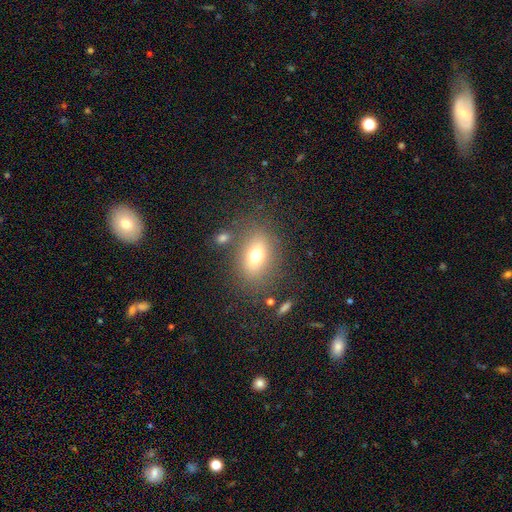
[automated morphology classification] A smooth galaxy with no disk features (70%) that is in between round and cigar-shaped (71%).

Vote fractions:
- Smooth or featured? smooth: 70% / featured or disk: 18% / star or artifact: 13%
- How rounded? in between: 71% / round: 27% / cigar-shaped: 2%
- Merging? none: 76% / minor disturbance: 12% / major disturbance: 6% / merger: 6%